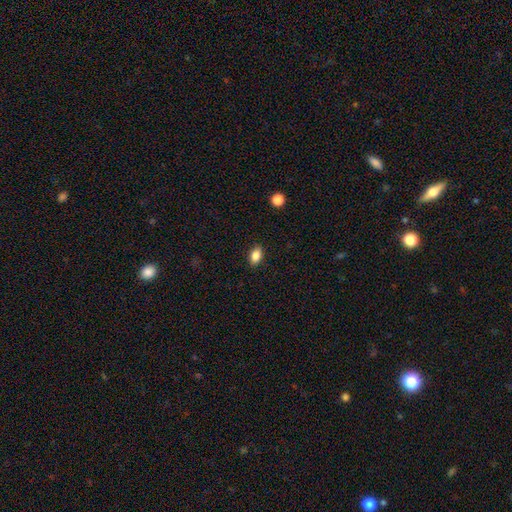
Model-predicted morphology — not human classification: This appears to be a smooth galaxy with no disk features (85%) that is in between round and cigar-shaped (85%). Merging: none (88%).